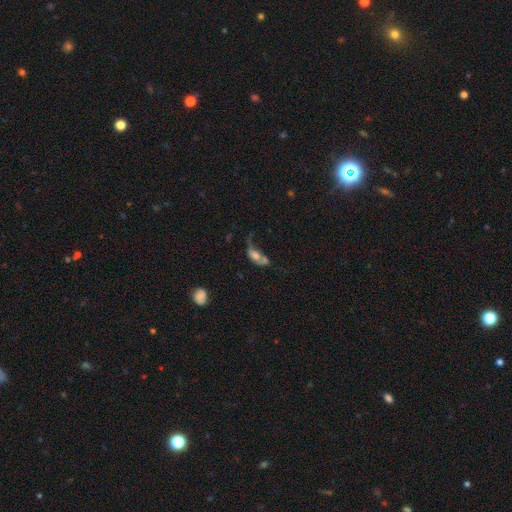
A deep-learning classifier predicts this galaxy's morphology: A smooth galaxy with no disk features (49%). Merging: merger (35%).